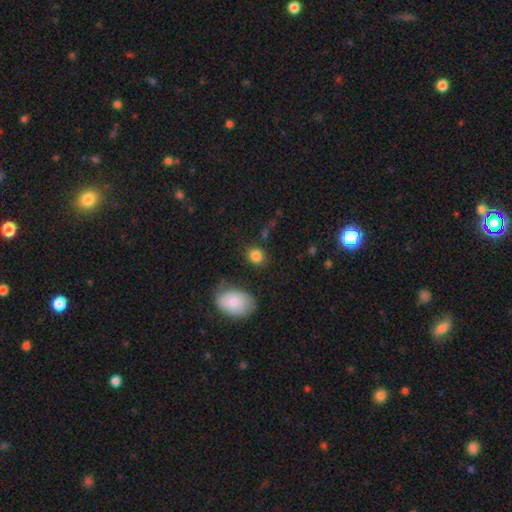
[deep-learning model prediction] The model was most divided on "how rounded": round: 66%, in between: 33%, cigar-shaped: 1%. More confident: smooth or featured — smooth (84%); merging — none (78%).